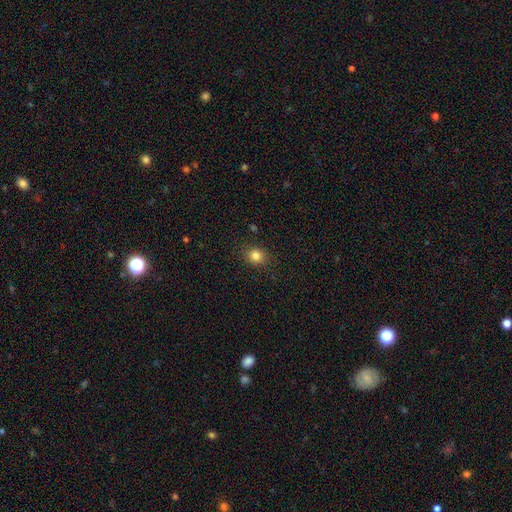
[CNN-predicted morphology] The model was most divided on "how rounded": round: 73%, in between: 26%, cigar-shaped: 1%. More confident: merging — none (87%); smooth or featured — smooth (83%).